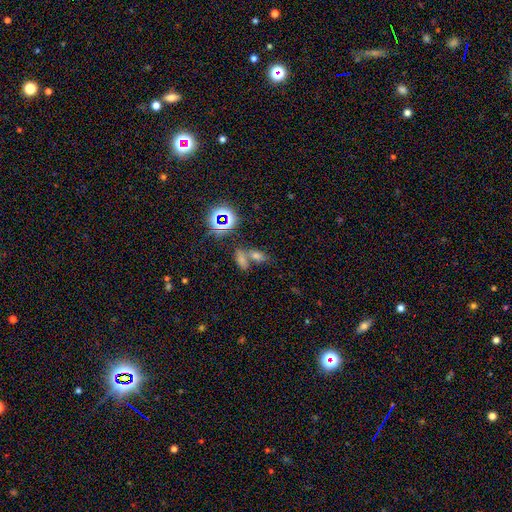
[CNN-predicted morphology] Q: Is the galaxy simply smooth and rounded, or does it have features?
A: smooth — 51%.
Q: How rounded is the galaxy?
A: in between — 73%.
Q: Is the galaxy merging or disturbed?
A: merger — 48%.